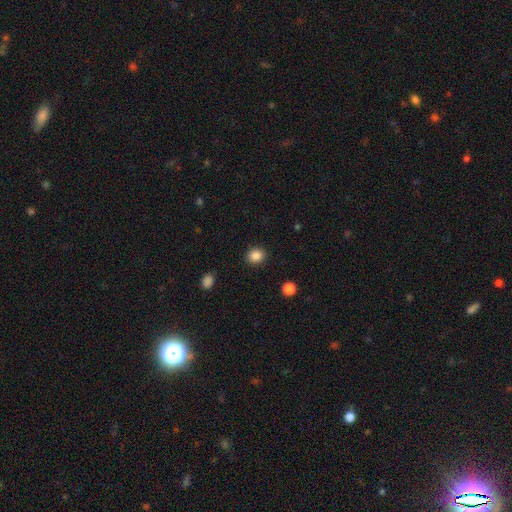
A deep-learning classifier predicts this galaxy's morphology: Smooth or featured: smooth — 87% (star or artifact — 10%)
How rounded: round — 74% (in between — 26%)
Merging: none — 90% (minor disturbance — 6%)